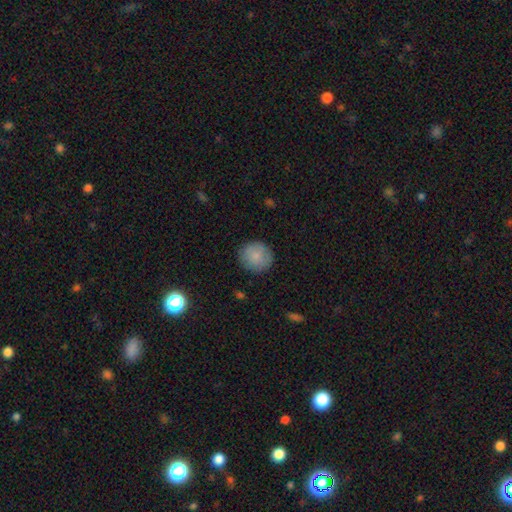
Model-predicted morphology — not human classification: smooth-or-featured: smooth: 85% | featured or disk: 8% | star or artifact: 7%
  how-rounded: round: 92% | in between: 7% | cigar-shaped: 1%
  merging: none: 88% | minor disturbance: 9% | major disturbance: 2% | merger: 1%